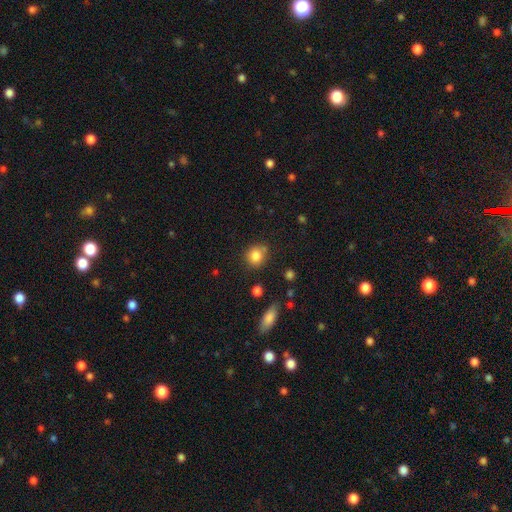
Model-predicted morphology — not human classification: type=smooth (83%); roundness=round (78%); merging=none (71%).